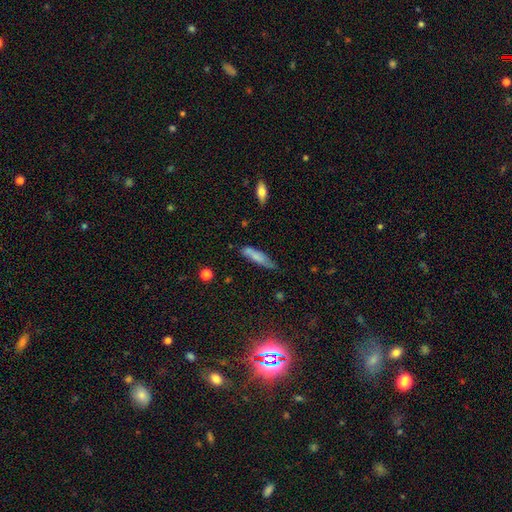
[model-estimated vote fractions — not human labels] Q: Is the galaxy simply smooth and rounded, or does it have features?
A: smooth — 73%.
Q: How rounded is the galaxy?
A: cigar-shaped — 74%.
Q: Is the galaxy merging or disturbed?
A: none — 60%.